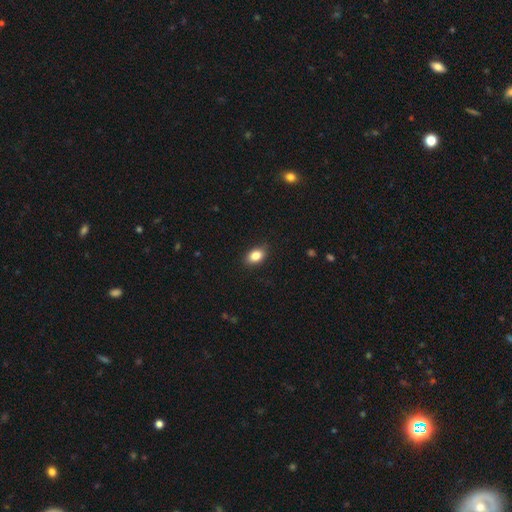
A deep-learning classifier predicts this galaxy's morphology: type=smooth (85%); roundness=in between (85%); merging=none (88%).